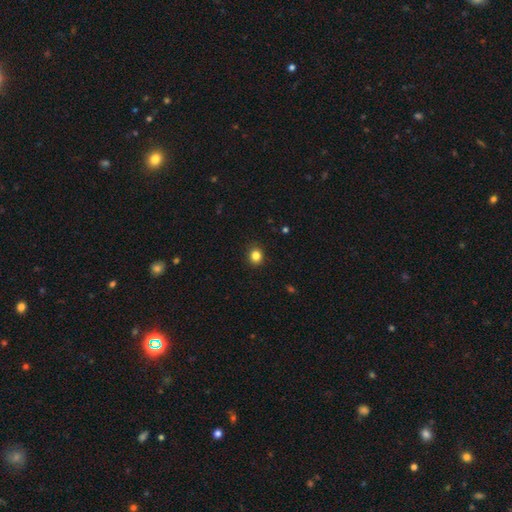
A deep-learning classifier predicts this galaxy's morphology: smooth 83%, star or artifact 12%, featured or disk 5%. Down the decision tree: how rounded — round (84%); merging — none (91%).